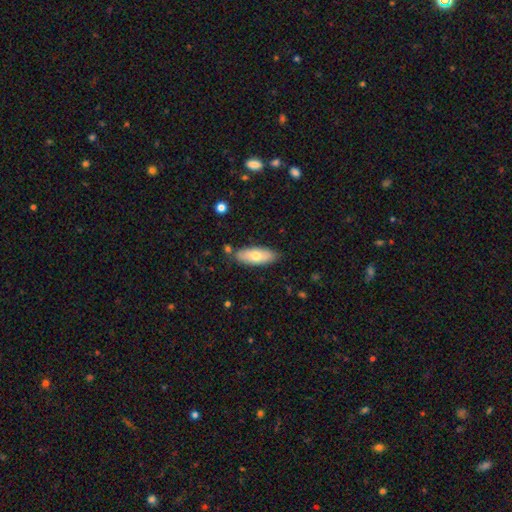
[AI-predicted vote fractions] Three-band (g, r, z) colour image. It shows a smooth galaxy with no disk features (69%) that is in between round and cigar-shaped (75%). Merging: none (80%).